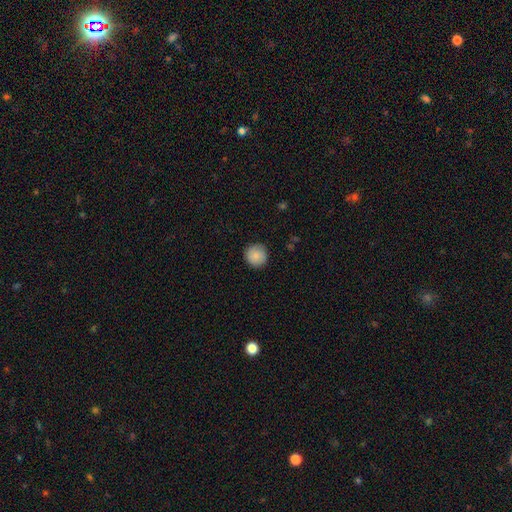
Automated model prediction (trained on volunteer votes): Overall: smooth (86%). How rounded: round (95%). Merging: none (89%).